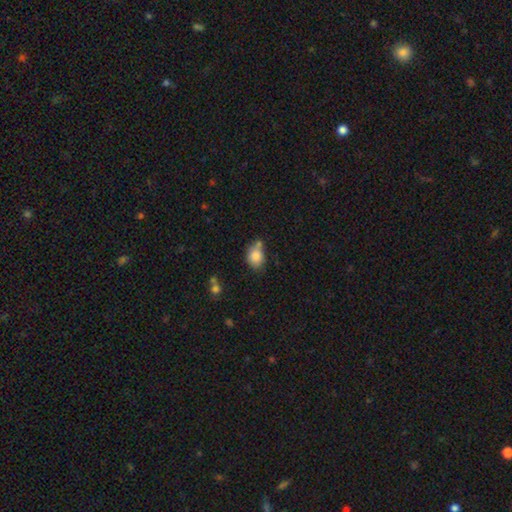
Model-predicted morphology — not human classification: Q: Smooth or featured?
A: smooth (84%); runner-up: star or artifact (9%)
Q: How rounded?
A: in between (59%); runner-up: round (40%)
Q: Merging?
A: none (51%); runner-up: minor disturbance (24%)